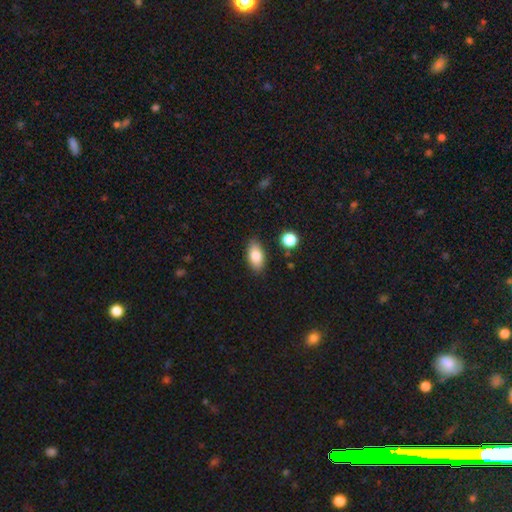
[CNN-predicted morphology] smooth_or_featured: smooth (p=0.82) [alt: featured or disk p=0.11]
how_rounded: in between (p=0.89) [alt: cigar-shaped p=0.06]
merging: none (p=0.85) [alt: minor disturbance p=0.10]